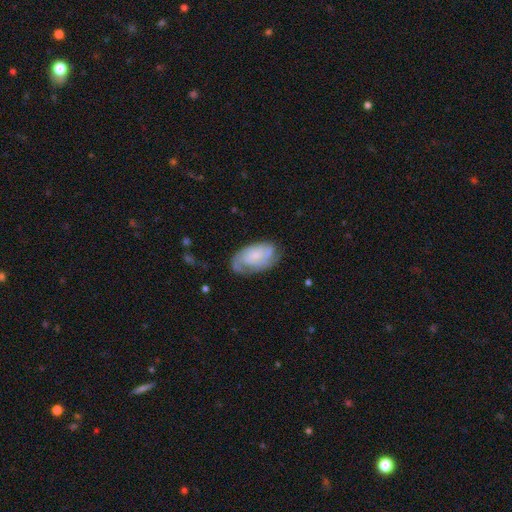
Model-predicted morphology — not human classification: This is likely a featured or disk galaxy (76%). It is clearly not viewed edge-on (96%). Bar: likely no (70%). Spiral arm pattern: clearly yes (94%). Spiral arm count: marginally 2 (44%). Spiral winding: possibly tight (60%). Central bulge: likely small (69%). Merging: likely none (67%).